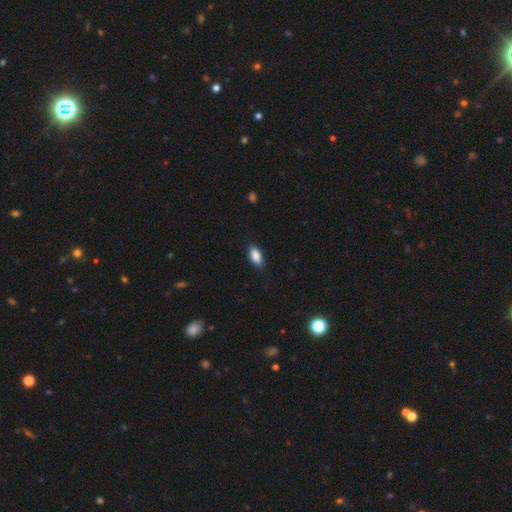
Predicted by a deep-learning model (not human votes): Morphology: type=smooth (86%); roundness=in between (89%); merging=none (84%).